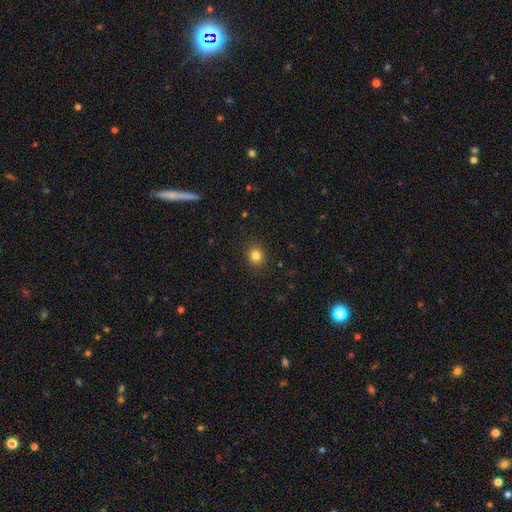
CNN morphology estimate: smooth-or-featured: smooth: 82% | star or artifact: 12% | featured or disk: 6%
  how-rounded: round: 84% | in between: 15% | cigar-shaped: 1%
  merging: none: 91% | minor disturbance: 6% | major disturbance: 2% | merger: 1%